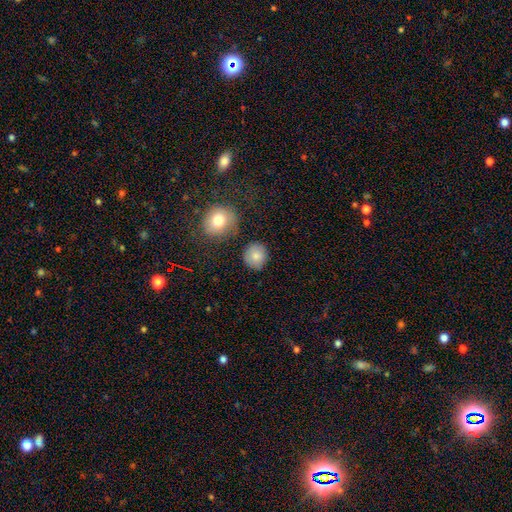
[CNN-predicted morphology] Overall: smooth (84%). How rounded: round (88%). Merging: none (84%).